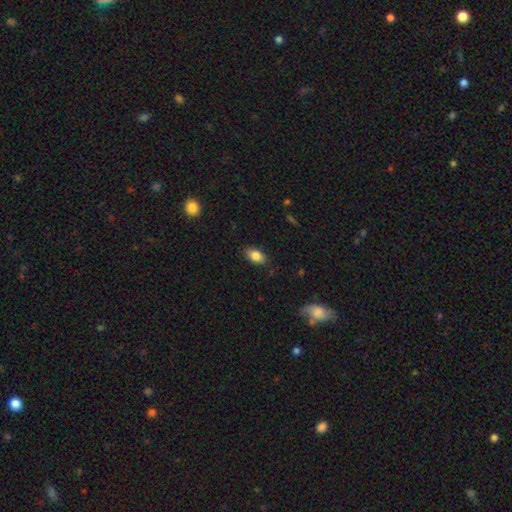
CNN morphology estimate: Smooth or featured: smooth — 83% (featured or disk — 9%)
How rounded: in between — 88% (round — 8%)
Merging: none — 80% (minor disturbance — 15%)